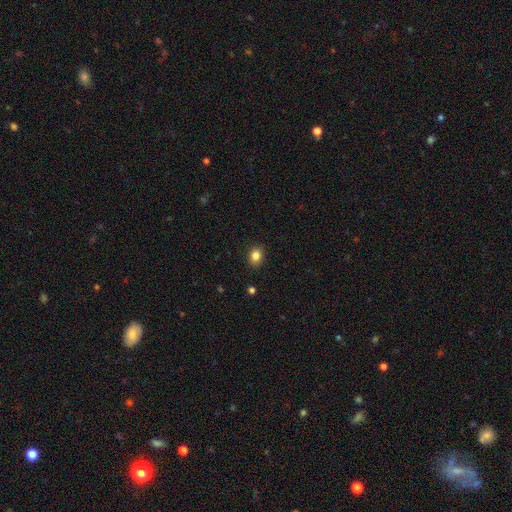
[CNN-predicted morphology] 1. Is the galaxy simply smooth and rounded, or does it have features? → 85% smooth, 10% star or artifact, 5% featured or disk.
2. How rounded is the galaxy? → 55% in between, 44% round, 1% cigar-shaped.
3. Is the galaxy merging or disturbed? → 89% none, 8% minor disturbance, 2% major disturbance, 1% merger.